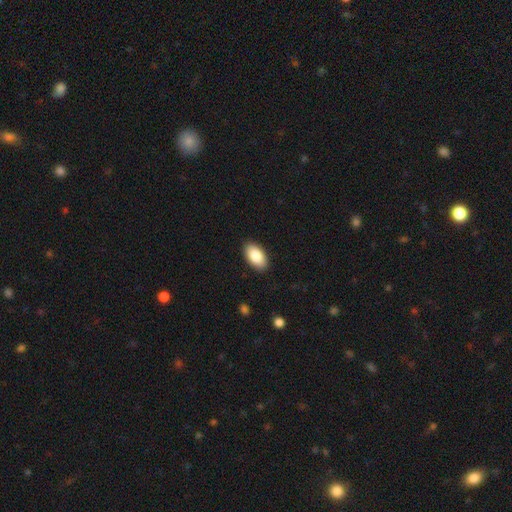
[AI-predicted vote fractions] A smooth galaxy with no disk features (86%) that is in between round and cigar-shaped (95%).

Vote fractions:
- Smooth or featured? smooth: 86% / featured or disk: 8% / star or artifact: 6%
- How rounded? in between: 95% / round: 3% / cigar-shaped: 2%
- Merging? none: 90% / minor disturbance: 7% / major disturbance: 2% / merger: 1%